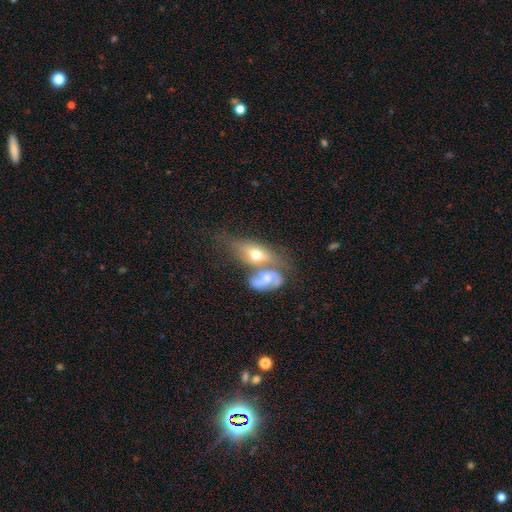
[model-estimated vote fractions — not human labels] A featured or disk galaxy (51%). Merging: merger (61%).